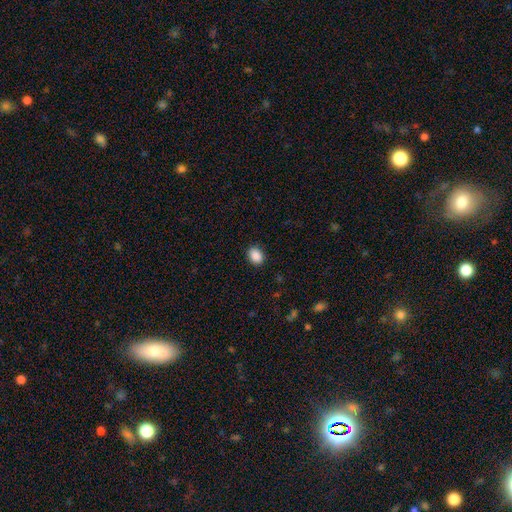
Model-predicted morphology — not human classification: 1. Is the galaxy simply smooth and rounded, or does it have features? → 89% smooth, 8% star or artifact, 3% featured or disk.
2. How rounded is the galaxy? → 65% in between, 34% round, 1% cigar-shaped.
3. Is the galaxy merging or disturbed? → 89% none, 8% minor disturbance, 2% major disturbance, 1% merger.